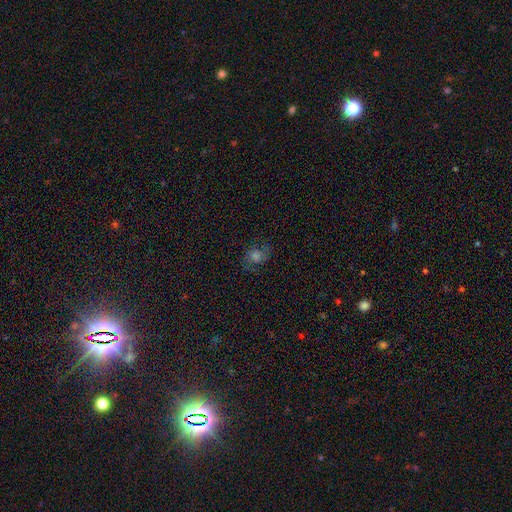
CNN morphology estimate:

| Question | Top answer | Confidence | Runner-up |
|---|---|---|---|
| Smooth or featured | smooth | 39% | featured or disk (37%) |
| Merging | none | 74% | minor disturbance (16%) |